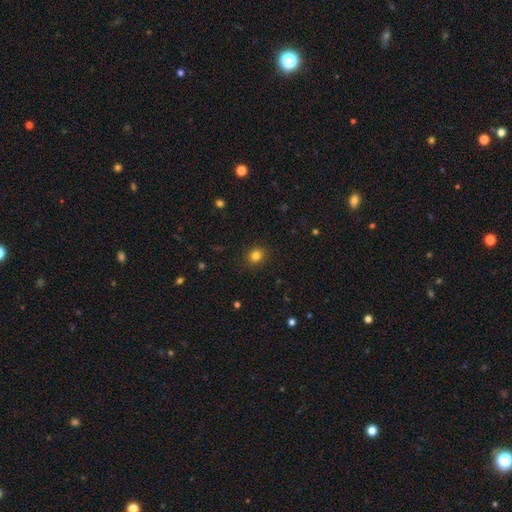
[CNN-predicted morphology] Smooth or featured? Predicted: smooth (p=0.82). How rounded? Predicted: round (p=0.70). Merging? Predicted: none (p=0.89).